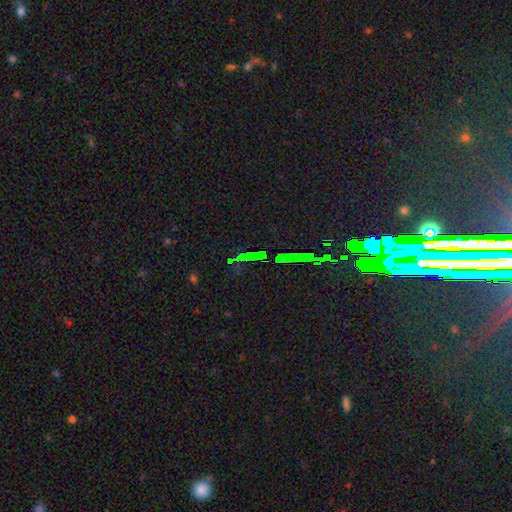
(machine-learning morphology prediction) Overall: star or artifact (78%).